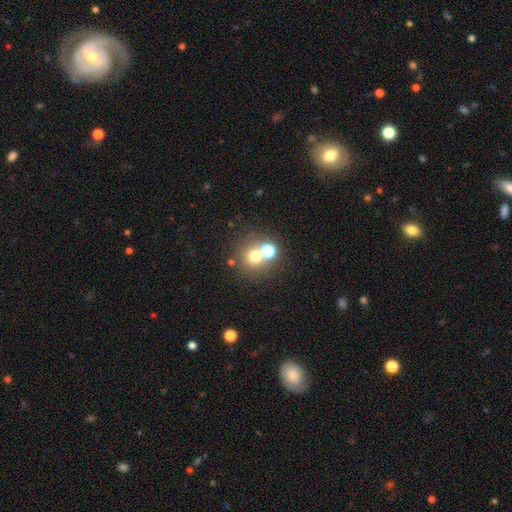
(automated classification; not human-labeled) Smooth or featured: smooth — 65% (star or artifact — 21%)
How rounded: round — 88% (in between — 11%)
Merging: none — 58% (merger — 31%)